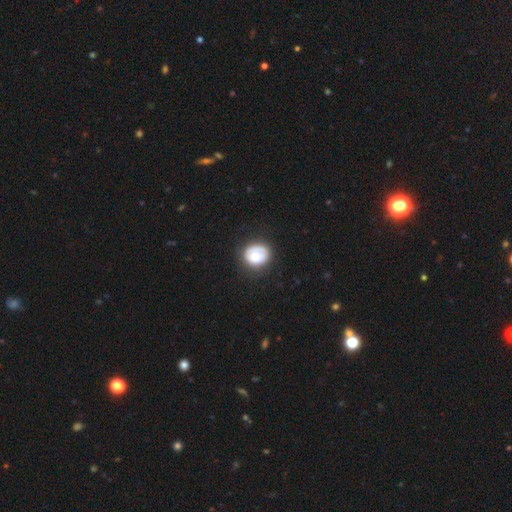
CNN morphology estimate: This appears to be a smooth galaxy with no disk features (63%) that is round (69%). Merging: none (63%).